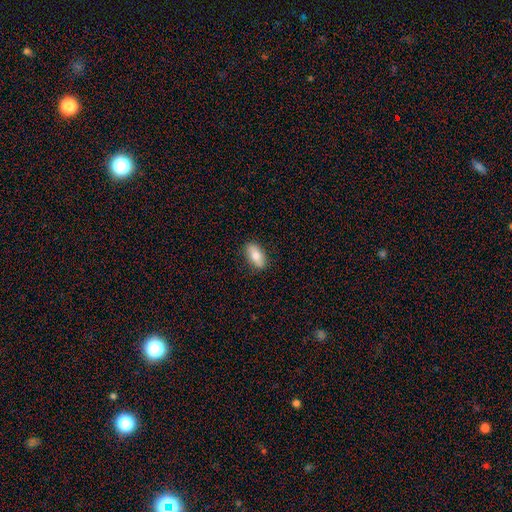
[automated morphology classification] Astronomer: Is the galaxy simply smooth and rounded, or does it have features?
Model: smooth — 78%.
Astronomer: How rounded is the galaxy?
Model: in between — 88%.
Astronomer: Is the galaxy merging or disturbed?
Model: none — 87%.